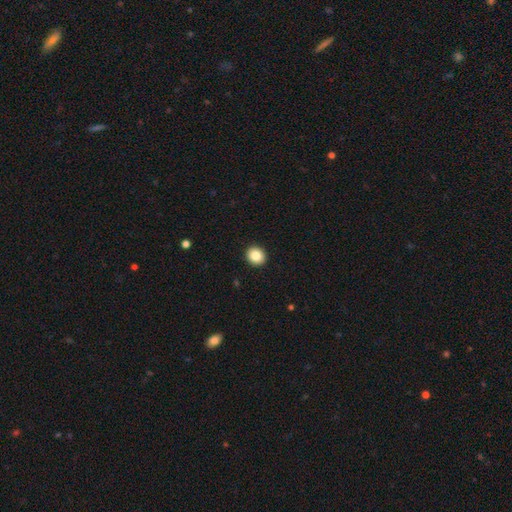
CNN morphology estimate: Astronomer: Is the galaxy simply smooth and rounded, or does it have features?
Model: smooth — 85%.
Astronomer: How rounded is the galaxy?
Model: round — 80%.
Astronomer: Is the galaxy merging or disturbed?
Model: none — 93%.